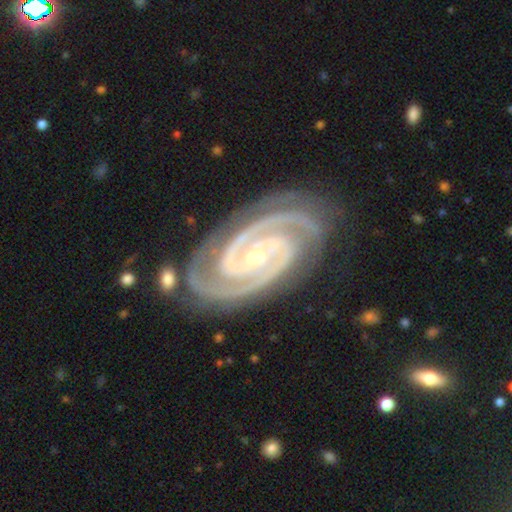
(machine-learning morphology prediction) Overall: featured or disk (94%). Edge-on disk: no (97%). Bar: no (39%; strong 31%). Spiral arms: yes (99%). Spiral arm count: 2 (88%). Spiral winding: tight (81%). Bulge size: small (69%). Merging: none (83%).